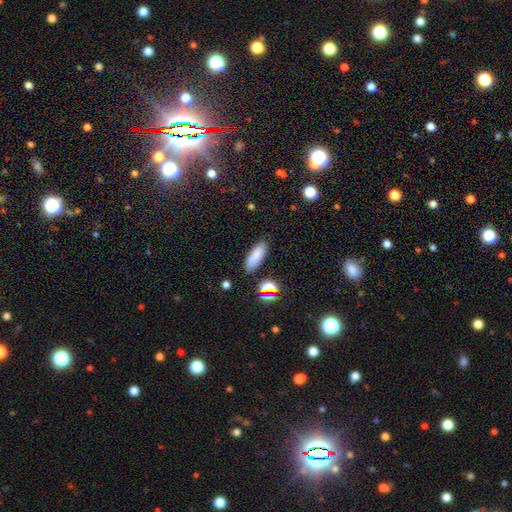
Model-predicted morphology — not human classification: A smooth galaxy with no disk features (82%) that is in between round and cigar-shaped (68%). Merging: none (81%).